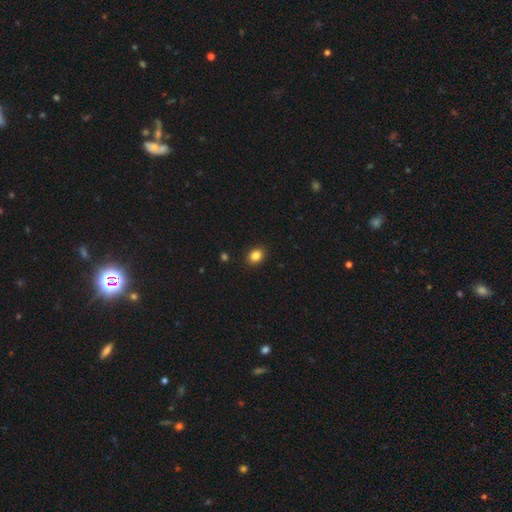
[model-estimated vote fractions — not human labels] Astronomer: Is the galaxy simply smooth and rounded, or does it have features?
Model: smooth — 85%.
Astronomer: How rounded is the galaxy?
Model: in between — 61% (runner-up: round, 38%).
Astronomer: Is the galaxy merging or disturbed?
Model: none — 90%.